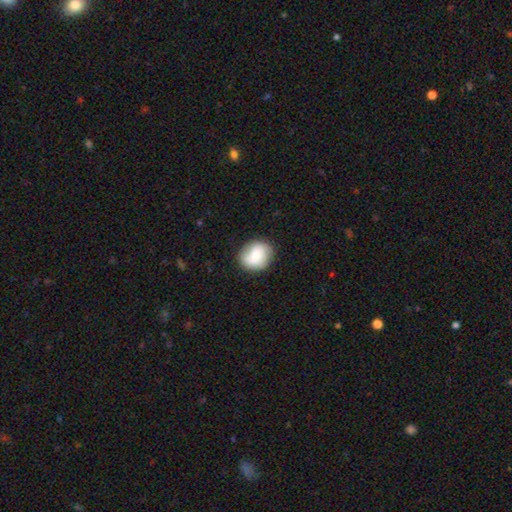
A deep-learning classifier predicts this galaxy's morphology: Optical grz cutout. It shows a smooth galaxy with no disk features (65%) that is round (71%). Merging: none (80%).